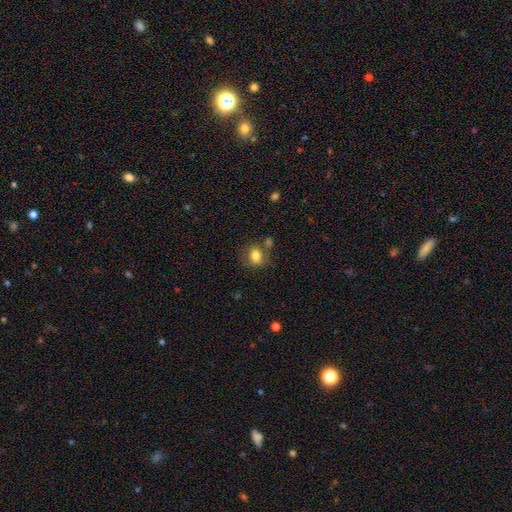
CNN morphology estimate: smooth_or_featured: smooth (p=0.80) [alt: star or artifact p=0.10]
how_rounded: in between (p=0.52) [alt: round p=0.47]
merging: none (p=0.69) [alt: minor disturbance p=0.15]